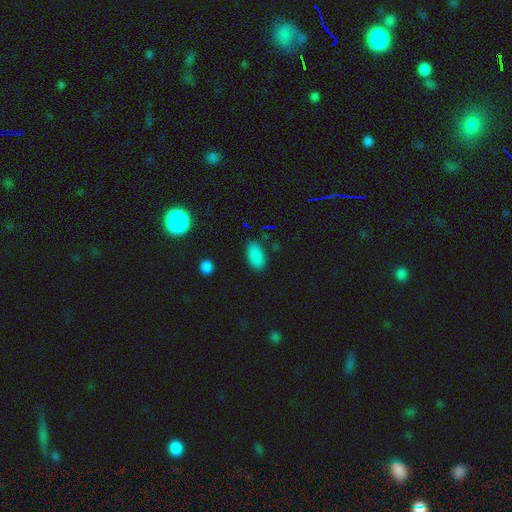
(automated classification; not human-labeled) This is clearly a smooth galaxy (85%). How rounded: clearly in between (93%). Merging: clearly none (85%).